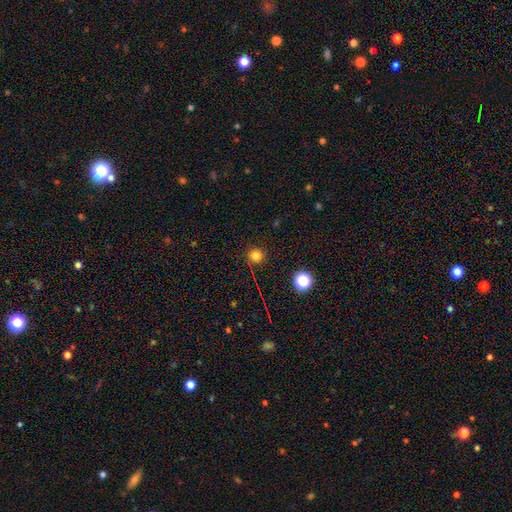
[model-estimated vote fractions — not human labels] smooth_or_featured: smooth (p=0.78) [alt: star or artifact p=0.17]
how_rounded: round (p=0.94) [alt: in between p=0.05]
merging: none (p=0.89) [alt: minor disturbance p=0.07]